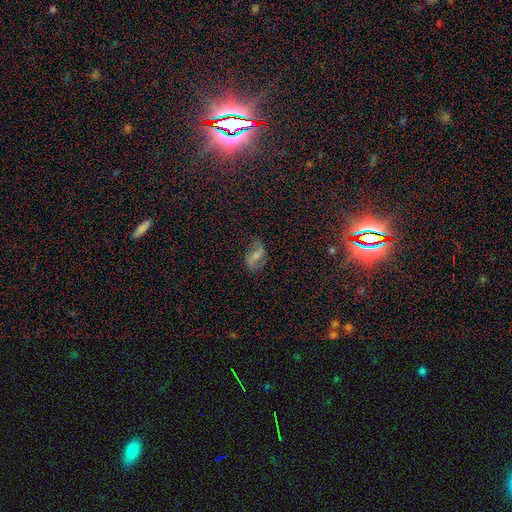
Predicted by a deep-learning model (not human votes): smooth-or-featured: smooth: 47% | featured or disk: 38% | star or artifact: 15%
  merging: none: 55% | minor disturbance: 27% | major disturbance: 15% | merger: 3%